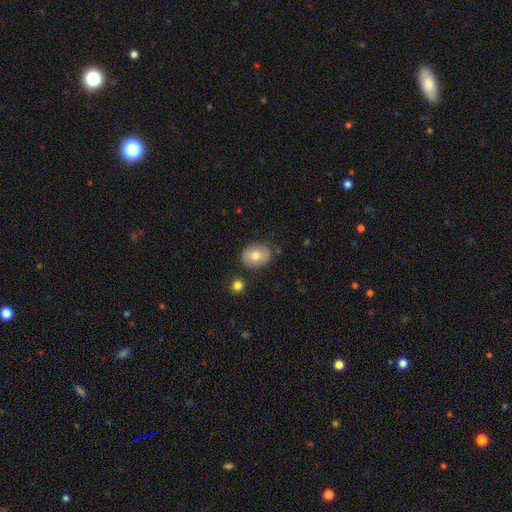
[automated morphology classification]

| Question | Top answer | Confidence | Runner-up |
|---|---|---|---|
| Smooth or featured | smooth | 71% | featured or disk (22%) |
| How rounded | in between | 58% | round (41%) |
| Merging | none | 81% | minor disturbance (13%) |